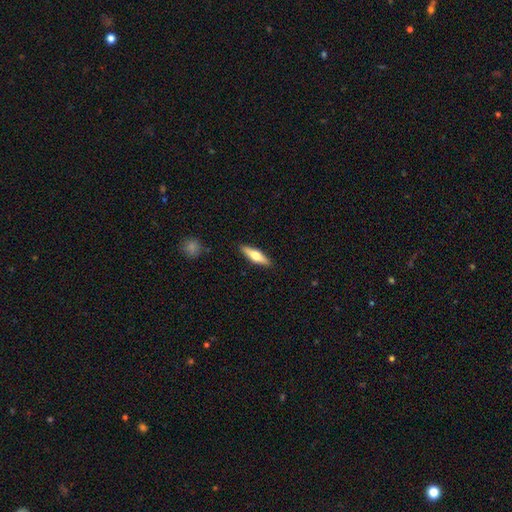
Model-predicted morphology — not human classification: A smooth galaxy with no disk features (49%).

Vote fractions:
- Smooth or featured? smooth: 49% / featured or disk: 45% / star or artifact: 5%
- Merging? none: 89% / minor disturbance: 8% / major disturbance: 2% / merger: 1%